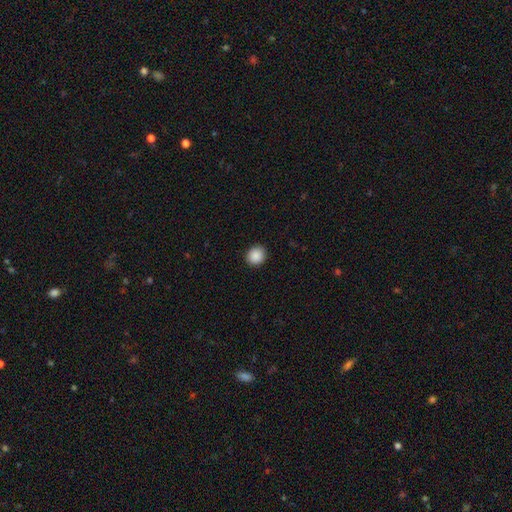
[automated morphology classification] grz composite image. It shows a smooth galaxy with no disk features (89%) that is round (86%). Merging: none (92%).